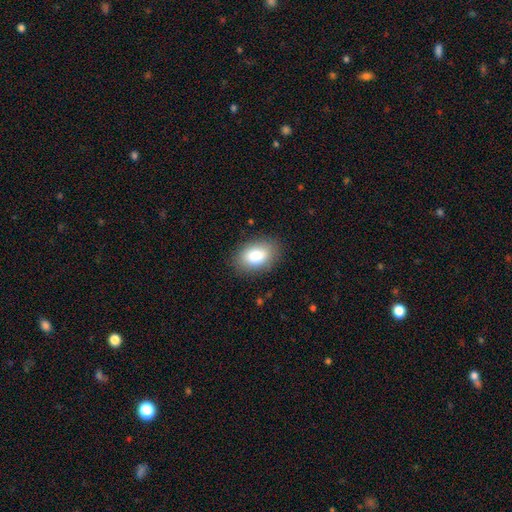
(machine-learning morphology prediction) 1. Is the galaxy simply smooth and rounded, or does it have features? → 83% smooth, 9% featured or disk, 8% star or artifact.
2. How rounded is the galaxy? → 88% in between, 11% round, 1% cigar-shaped.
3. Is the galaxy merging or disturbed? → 85% none, 11% minor disturbance, 3% major disturbance, 1% merger.